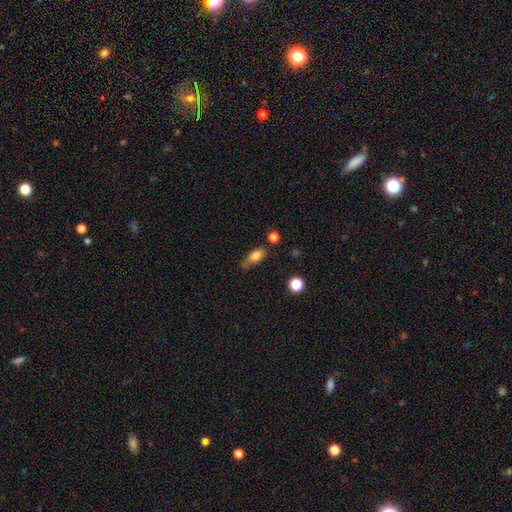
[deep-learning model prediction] A smooth galaxy with no disk features (80%) that is in between round and cigar-shaped (83%). Merging: none (57%).